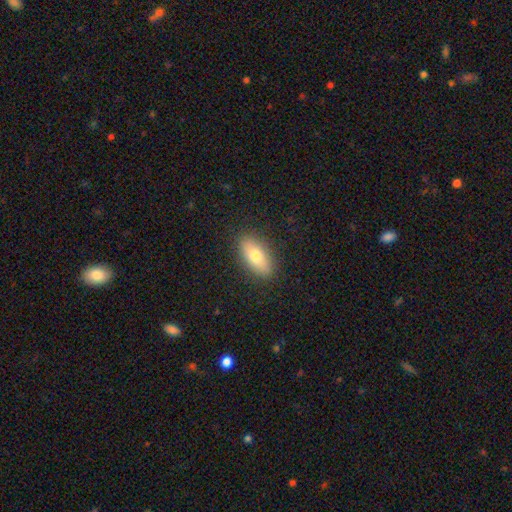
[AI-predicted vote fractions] A smooth galaxy with no disk features (73%) that is in between round and cigar-shaped (85%). Merging: none (89%).